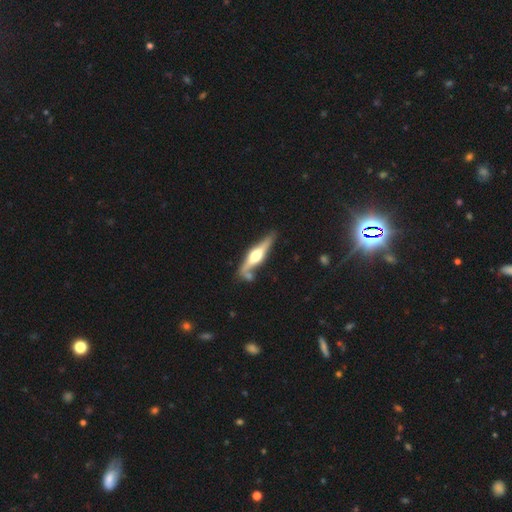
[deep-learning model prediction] Overall: featured or disk (72%). Edge-on disk: yes (96%). Edge-on bulge: rounded (94%). Merging: none (74%).